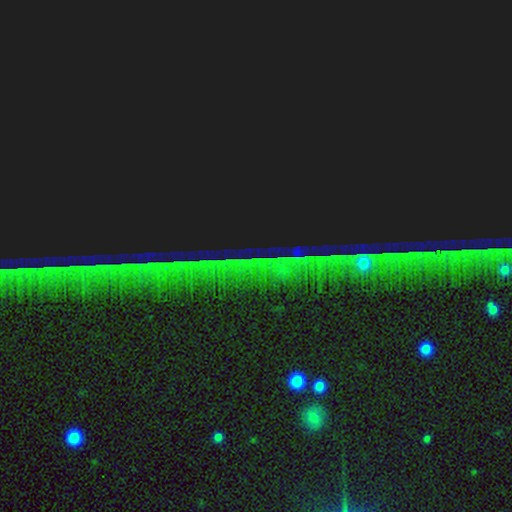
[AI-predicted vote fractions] A star or artifact, not a galaxy (87%).